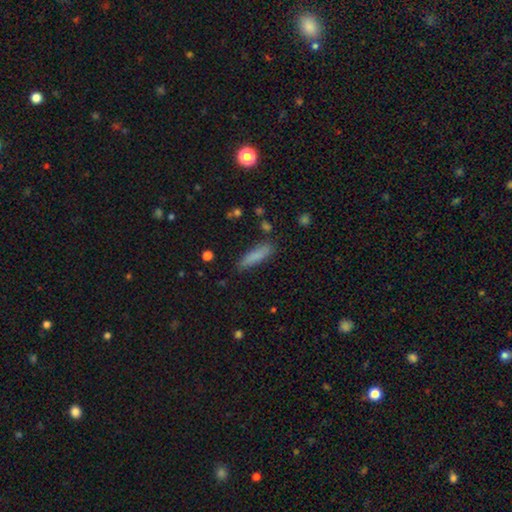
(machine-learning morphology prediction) Overall: smooth (83%). How rounded: cigar-shaped (74%). Merging: none (83%).